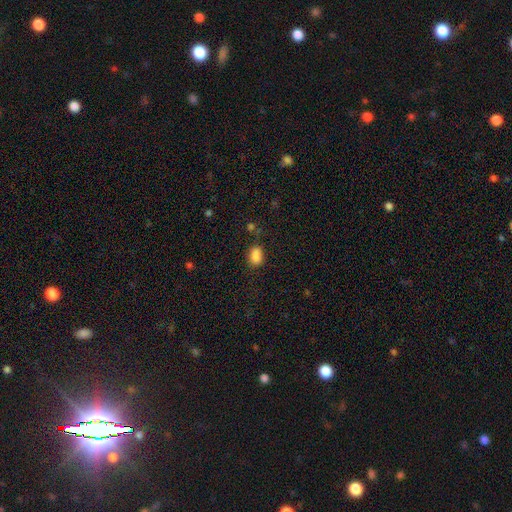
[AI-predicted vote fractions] Smooth or featured?
  - smooth: 85% *
  - star or artifact: 10%
  - featured or disk: 5%
How rounded?
  - in between: 78% *
  - round: 20%
  - cigar-shaped: 2%
Merging?
  - none: 65% *
  - minor disturbance: 23%
  - major disturbance: 6%
  - merger: 6%